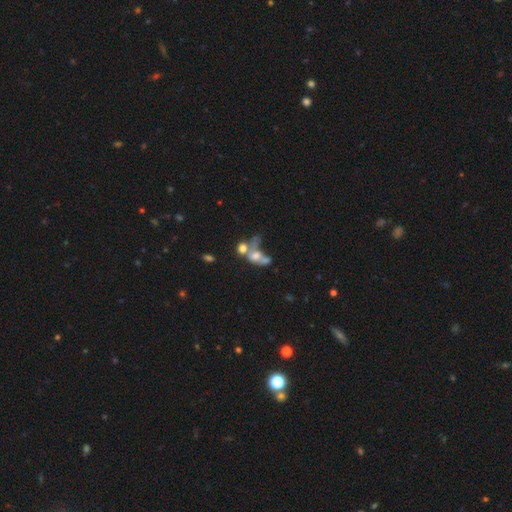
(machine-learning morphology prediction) The model was most divided on "smooth or featured": smooth: 49%, featured or disk: 37%, star or artifact: 14%. More confident: merging — merger (55%).